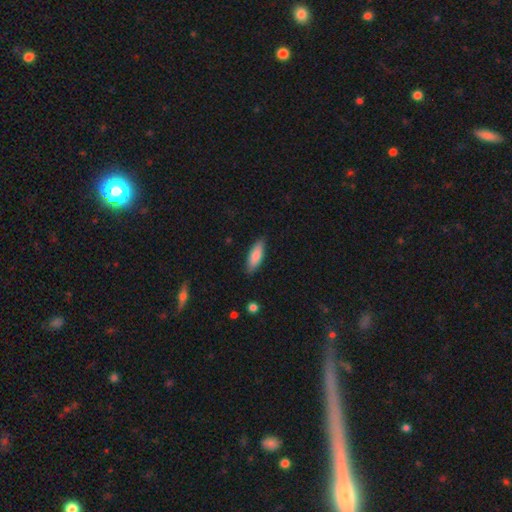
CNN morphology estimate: A smooth galaxy with no disk features (80%) that is in between round and cigar-shaped (57%). Merging: none (85%).